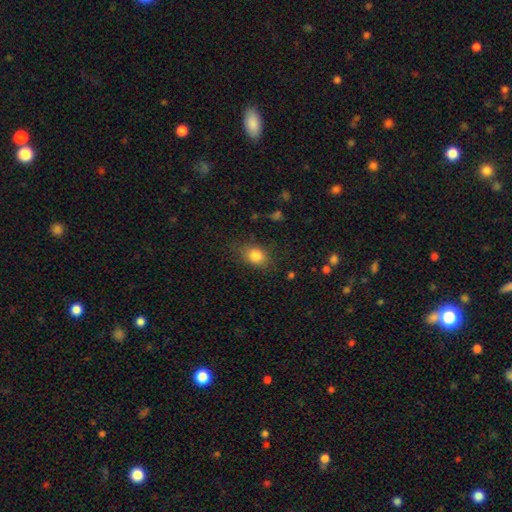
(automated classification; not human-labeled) Smooth or featured: smooth — 83% (star or artifact — 10%)
How rounded: in between — 57% (round — 41%)
Merging: none — 73% (minor disturbance — 19%)